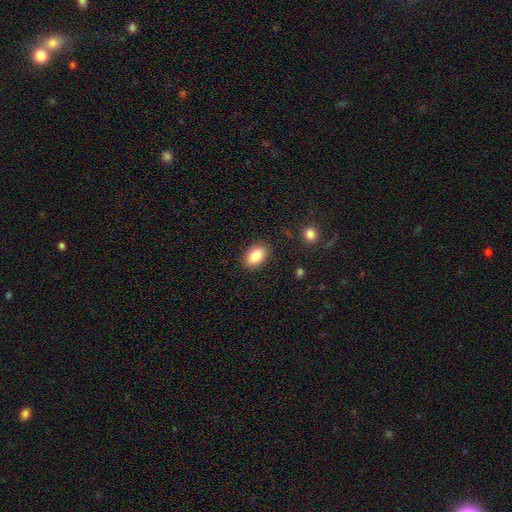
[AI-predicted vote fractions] smooth 85%, star or artifact 8%, featured or disk 7%. Down the decision tree: how rounded — in between (87%); merging — none (87%).